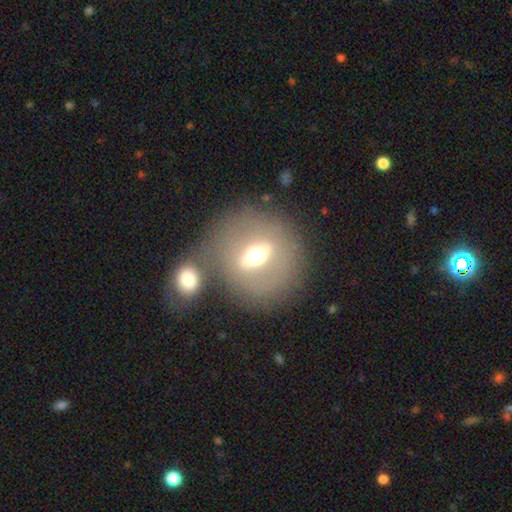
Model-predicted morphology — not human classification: Overall: featured or disk (53%; smooth 37%). Edge-on disk: no (72%). Merging: none (61%; merger 23%).